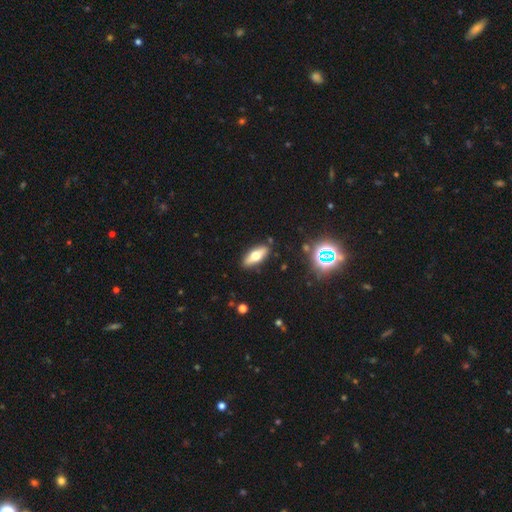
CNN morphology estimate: Smooth or featured? Predicted: smooth (p=0.59). How rounded? Predicted: in between (p=0.66). Merging? Predicted: none (p=0.87).